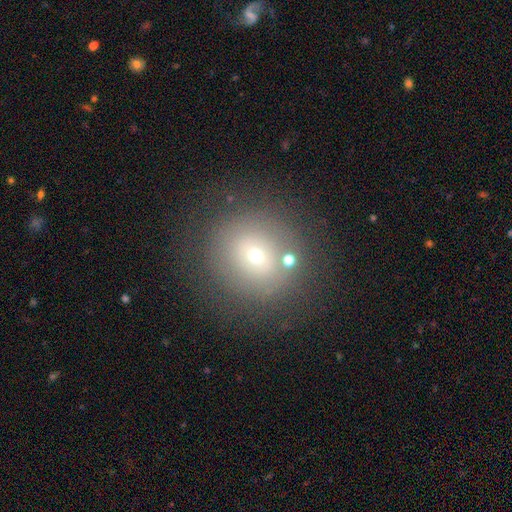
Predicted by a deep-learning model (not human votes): smooth_or_featured: smooth (p=0.58) [alt: featured or disk p=0.25]
how_rounded: round (p=0.88) [alt: in between p=0.11]
merging: none (p=0.80) [alt: minor disturbance p=0.10]